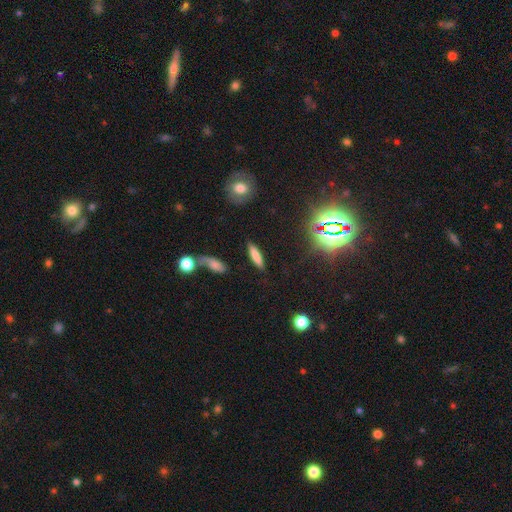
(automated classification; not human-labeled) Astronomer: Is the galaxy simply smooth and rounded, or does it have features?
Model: smooth — 77%.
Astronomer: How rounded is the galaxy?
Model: cigar-shaped — 77%.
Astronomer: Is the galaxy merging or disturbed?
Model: none — 85%.